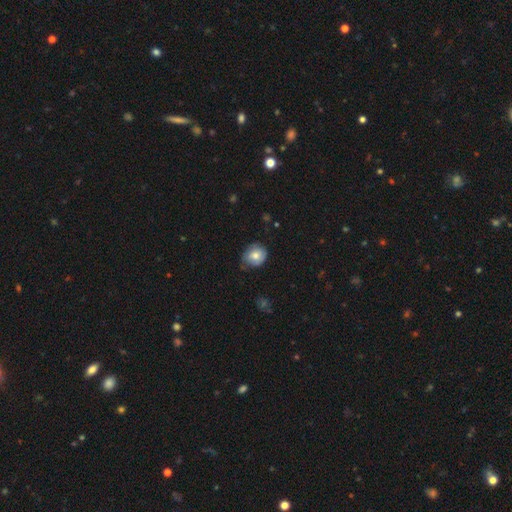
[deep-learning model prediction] A smooth galaxy with no disk features (74%) that is round (65%). Merging: none (64%).